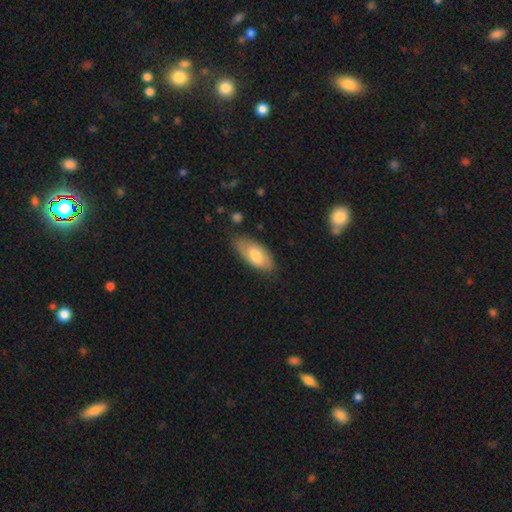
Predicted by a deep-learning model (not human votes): smooth_or_featured: smooth (p=0.73) [alt: featured or disk p=0.21]
how_rounded: in between (p=0.89) [alt: cigar-shaped p=0.09]
merging: none (p=0.72) [alt: minor disturbance p=0.21]